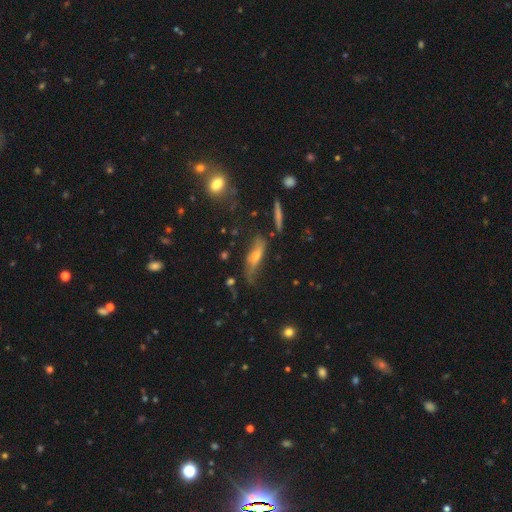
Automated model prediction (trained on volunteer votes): This is possibly a featured or disk galaxy (49%). Merging: possibly none (53%).